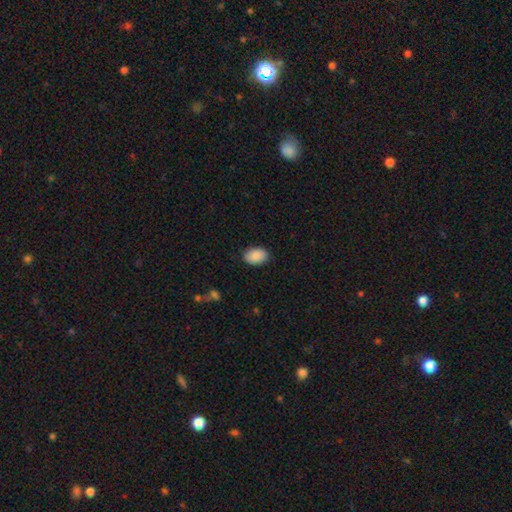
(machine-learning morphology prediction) This is clearly a smooth galaxy (90%). How rounded: clearly in between (87%). Merging: clearly none (87%).